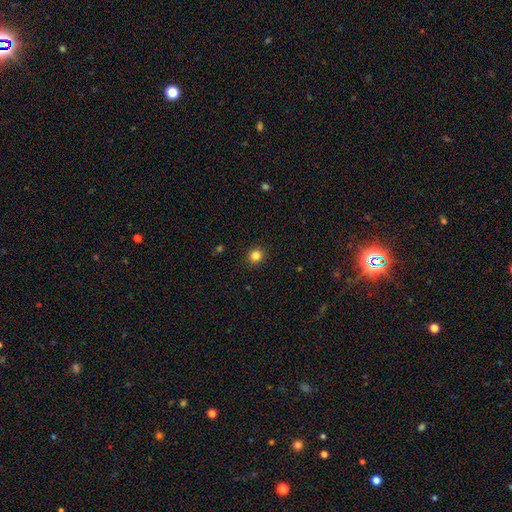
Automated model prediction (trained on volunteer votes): smooth_or_featured: smooth (p=0.83) [alt: star or artifact p=0.12]
how_rounded: round (p=0.91) [alt: in between p=0.08]
merging: none (p=0.92) [alt: minor disturbance p=0.05]